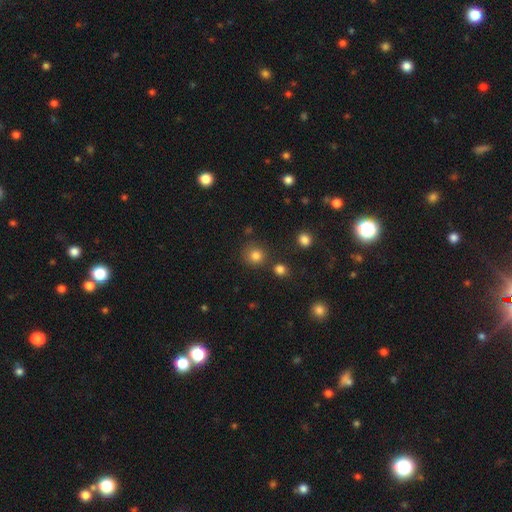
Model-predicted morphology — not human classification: Smooth or featured: smooth — 81% (star or artifact — 14%)
How rounded: round — 89% (in between — 10%)
Merging: none — 79% (minor disturbance — 10%)